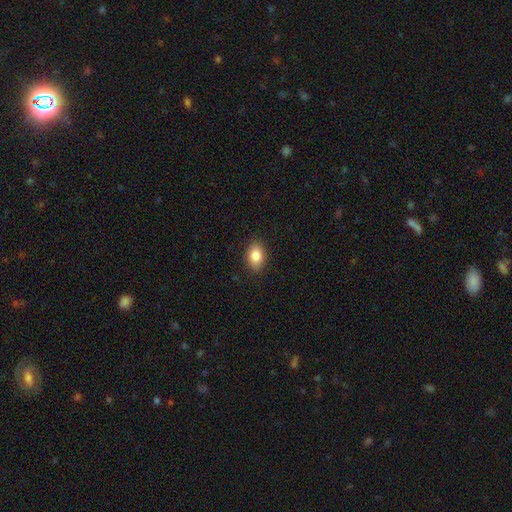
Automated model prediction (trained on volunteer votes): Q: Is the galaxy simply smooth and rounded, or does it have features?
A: smooth — 85%.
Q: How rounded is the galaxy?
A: in between — 84%.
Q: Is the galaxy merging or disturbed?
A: none — 88%.